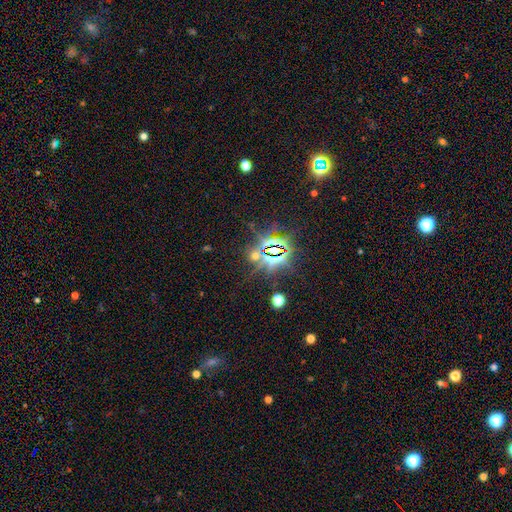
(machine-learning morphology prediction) The model was most divided on "smooth or featured": star or artifact: 77%, smooth: 14%, featured or disk: 9%.